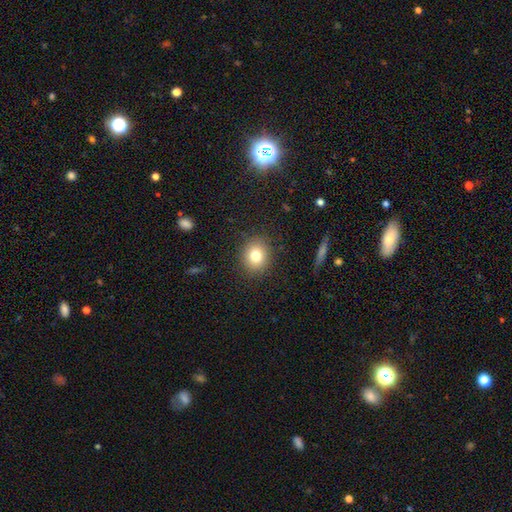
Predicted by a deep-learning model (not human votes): A smooth galaxy with no disk features (79%) that is round (70%). Merging: none (88%).